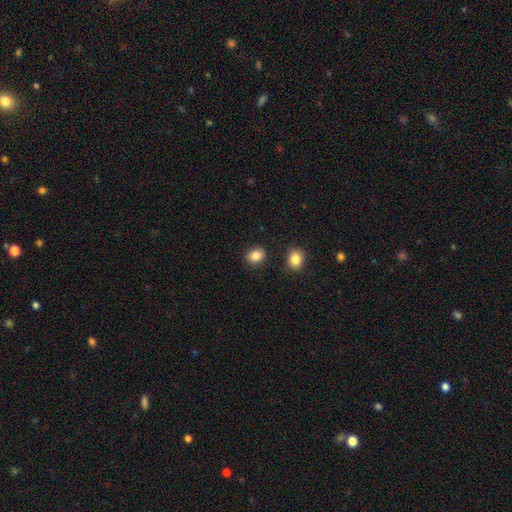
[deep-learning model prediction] smooth 85%, star or artifact 10%, featured or disk 5%. Down the decision tree: how rounded — round (61%); merging — none (86%).